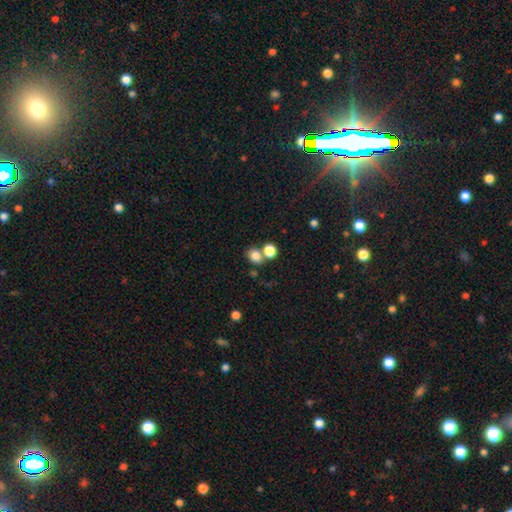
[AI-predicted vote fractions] The model was most divided on "how rounded": round: 57%, in between: 42%, cigar-shaped: 1%. More confident: smooth or featured — smooth (81%); merging — none (55%).